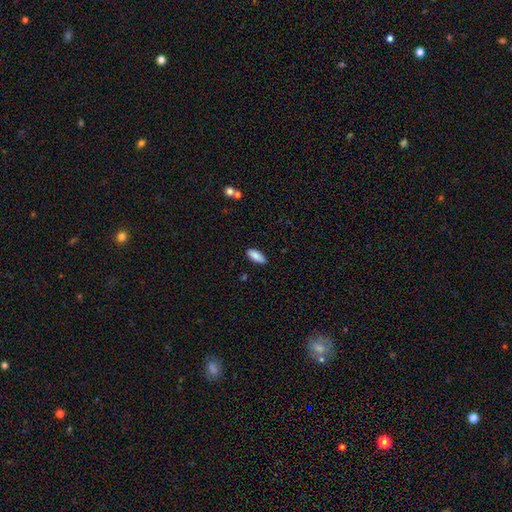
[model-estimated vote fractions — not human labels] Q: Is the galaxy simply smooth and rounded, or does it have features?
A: smooth — 87%.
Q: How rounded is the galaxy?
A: in between — 77%.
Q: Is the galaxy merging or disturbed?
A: none — 86%.